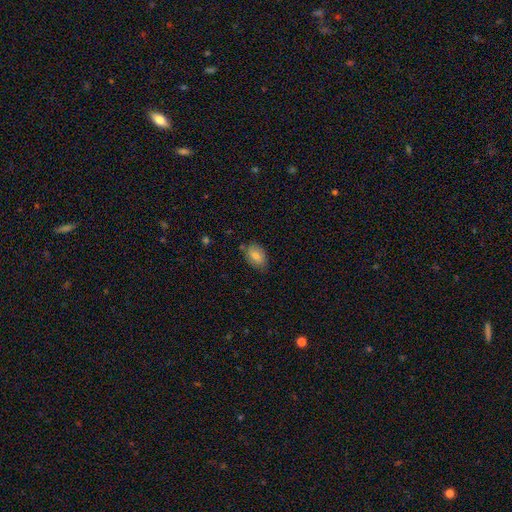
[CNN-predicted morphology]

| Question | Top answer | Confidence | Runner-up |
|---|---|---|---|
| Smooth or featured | smooth | 77% | featured or disk (15%) |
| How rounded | in between | 85% | round (14%) |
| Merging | none | 73% | minor disturbance (21%) |